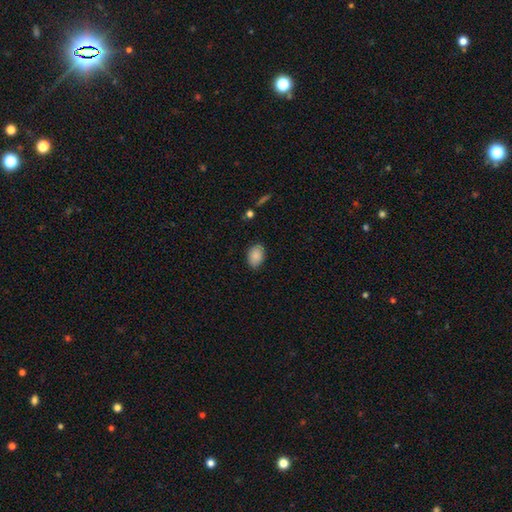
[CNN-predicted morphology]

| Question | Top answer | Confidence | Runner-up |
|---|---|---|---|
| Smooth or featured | smooth | 88% | star or artifact (7%) |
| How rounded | in between | 86% | round (13%) |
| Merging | none | 83% | minor disturbance (13%) |